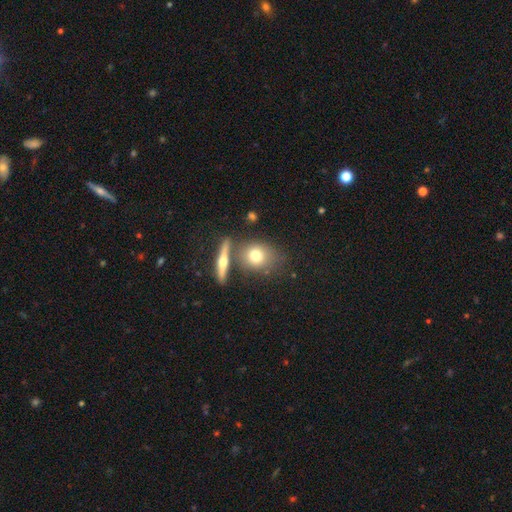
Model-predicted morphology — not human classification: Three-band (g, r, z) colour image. It shows a smooth galaxy with no disk features (70%) that is round (59%). Merging: none (61%).